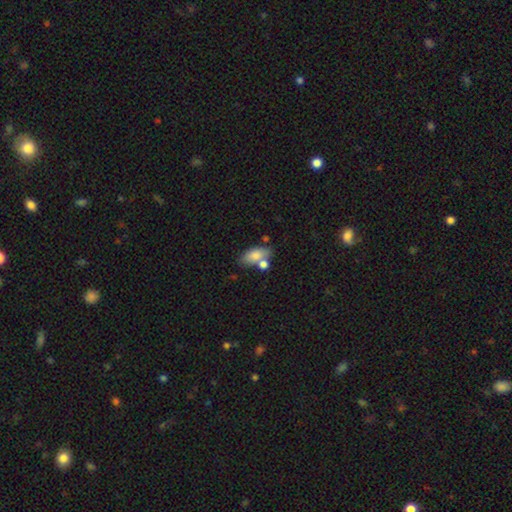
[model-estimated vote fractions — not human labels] smooth 79%, featured or disk 14%, star or artifact 8%. Down the decision tree: how rounded — in between (88%); merging — none (53%).